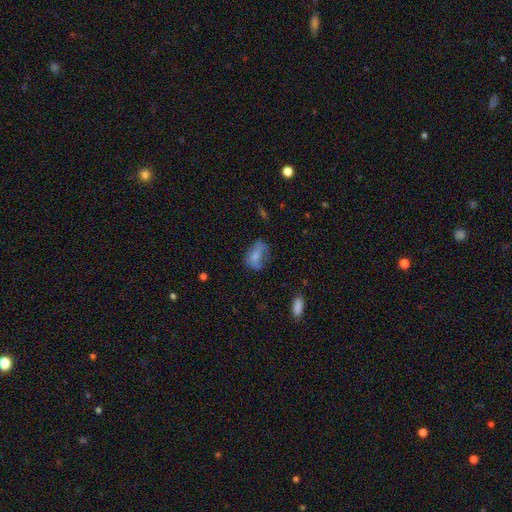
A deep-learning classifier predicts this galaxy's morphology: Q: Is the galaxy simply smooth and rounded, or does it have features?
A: smooth — 60%.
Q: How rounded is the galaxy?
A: in between — 79%.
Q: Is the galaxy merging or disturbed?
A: none — 44%.